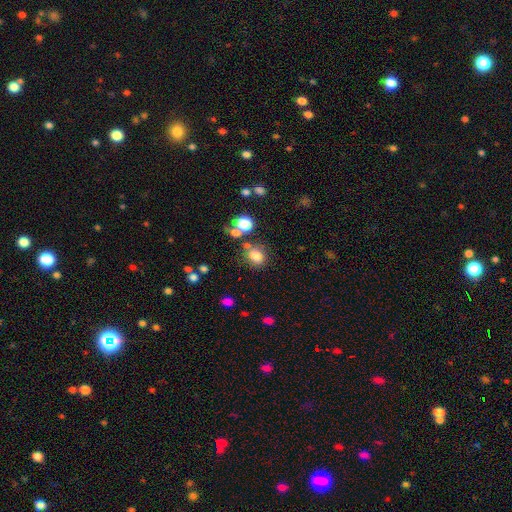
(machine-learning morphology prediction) Smooth or featured? Predicted: smooth (p=0.79). How rounded? Predicted: round (p=0.56). Merging? Predicted: none (p=0.65).